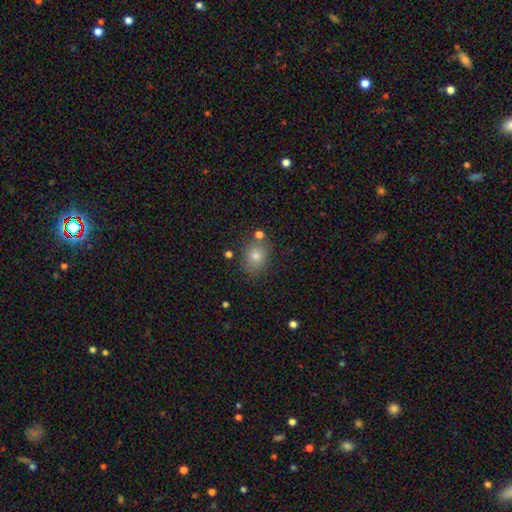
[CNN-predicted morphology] A smooth galaxy with no disk features (74%) that is round (52%).

Vote fractions:
- Smooth or featured? smooth: 74% / star or artifact: 15% / featured or disk: 11%
- How rounded? round: 52% / in between: 47% / cigar-shaped: 1%
- Merging? none: 77% / minor disturbance: 12% / merger: 7% / major disturbance: 3%